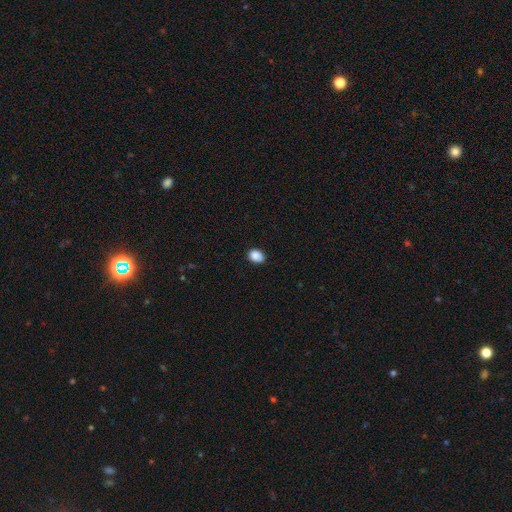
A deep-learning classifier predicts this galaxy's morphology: Smooth or featured: smooth — 88% (star or artifact — 9%)
How rounded: in between — 62% (round — 37%)
Merging: none — 82% (minor disturbance — 14%)